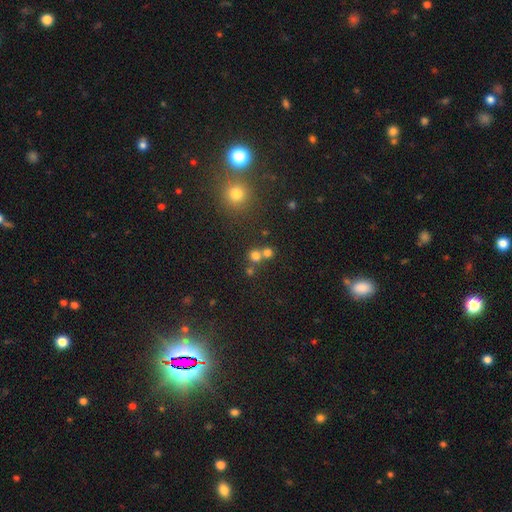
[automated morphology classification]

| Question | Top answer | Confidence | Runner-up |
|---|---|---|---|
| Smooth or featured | smooth | 71% | star or artifact (20%) |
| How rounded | round | 84% | in between (15%) |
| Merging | none | 49% | merger (42%) |